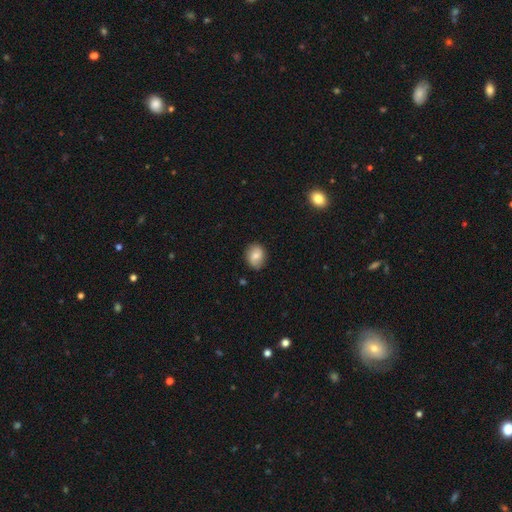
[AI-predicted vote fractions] This appears to be a smooth galaxy with no disk features (75%) that is round (50%). Merging: none (82%).